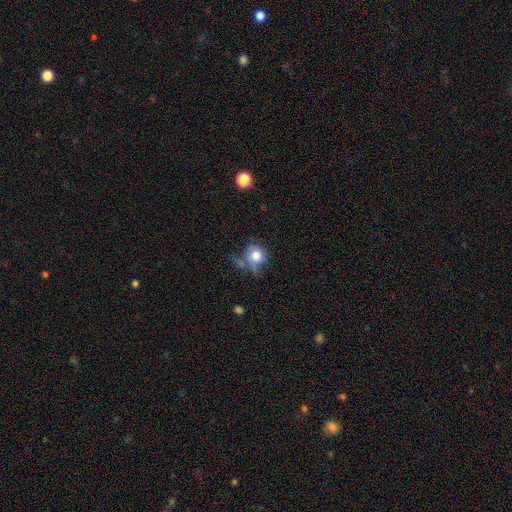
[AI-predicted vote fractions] The model was most divided on "merging": none: 48%, minor disturbance: 23%, merger: 16%, major disturbance: 13%. More confident: how rounded — round (77%); smooth or featured — smooth (76%).